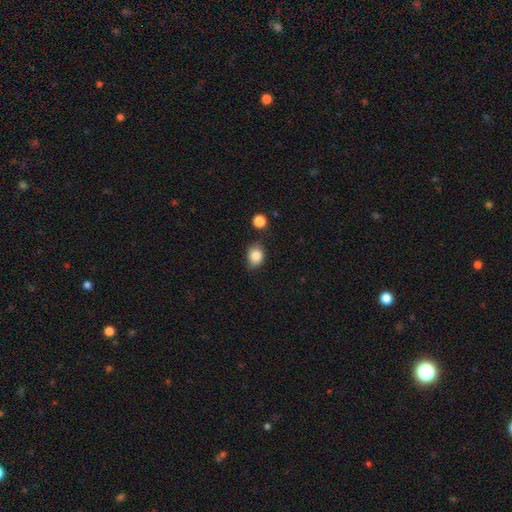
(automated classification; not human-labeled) The model was most divided on "how rounded": round: 57%, in between: 42%, cigar-shaped: 1%. More confident: smooth or featured — smooth (85%); merging — none (69%).